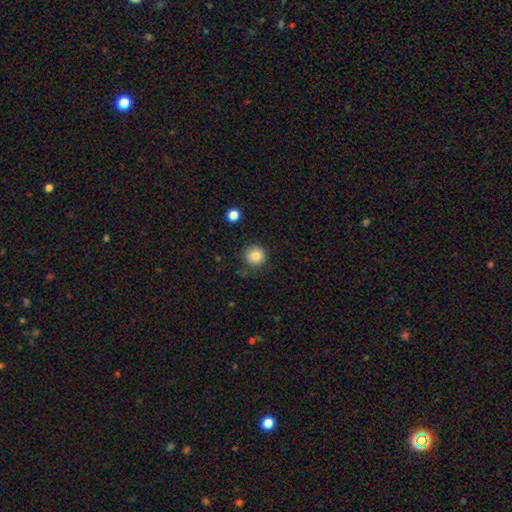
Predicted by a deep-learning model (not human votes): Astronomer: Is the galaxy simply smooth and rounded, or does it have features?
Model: smooth — 85%.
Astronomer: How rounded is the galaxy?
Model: round — 94%.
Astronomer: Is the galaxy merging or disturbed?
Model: none — 85%.